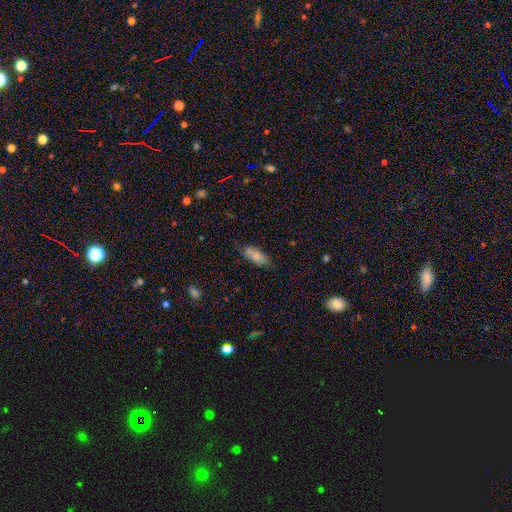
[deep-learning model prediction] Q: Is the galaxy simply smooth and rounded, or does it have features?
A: smooth — 78%.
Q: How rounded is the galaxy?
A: in between — 80%.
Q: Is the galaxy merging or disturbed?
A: none — 63%.